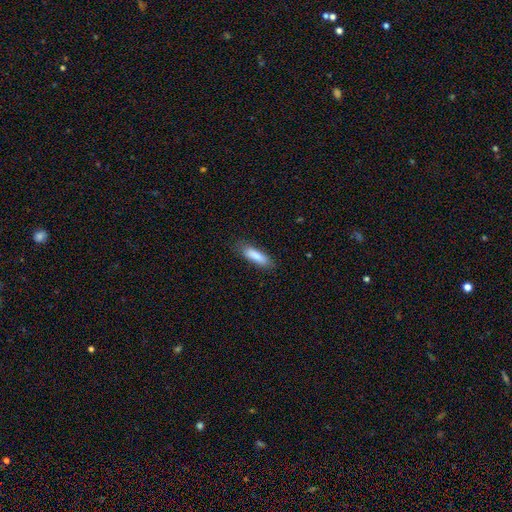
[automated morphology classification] smooth-or-featured: smooth: 84% | featured or disk: 10% | star or artifact: 6%
  how-rounded: cigar-shaped: 61% | in between: 37% | round: 1%
  merging: none: 81% | minor disturbance: 15% | major disturbance: 3% | merger: 1%